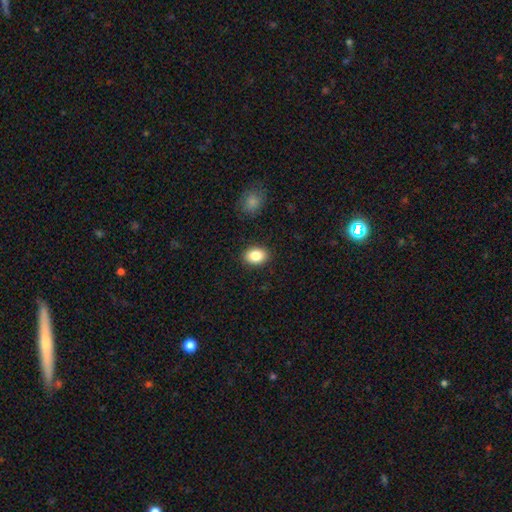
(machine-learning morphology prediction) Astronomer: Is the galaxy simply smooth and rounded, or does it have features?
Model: smooth — 85%.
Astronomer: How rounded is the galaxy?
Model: in between — 75%.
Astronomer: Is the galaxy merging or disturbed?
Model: none — 90%.